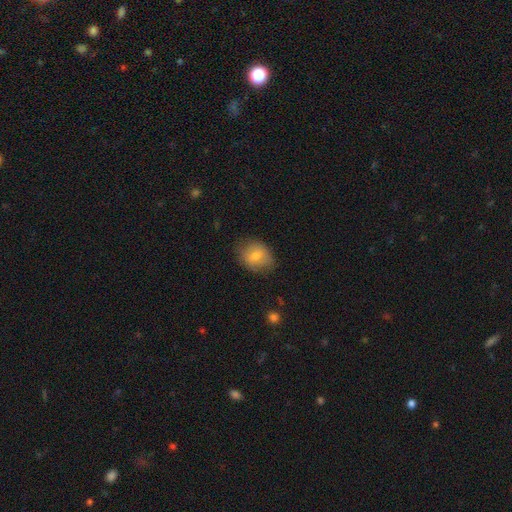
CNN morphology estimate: smooth-or-featured: smooth: 71% | featured or disk: 20% | star or artifact: 8%
  how-rounded: in between: 55% | round: 43% | cigar-shaped: 1%
  merging: none: 72% | minor disturbance: 22% | major disturbance: 5% | merger: 1%